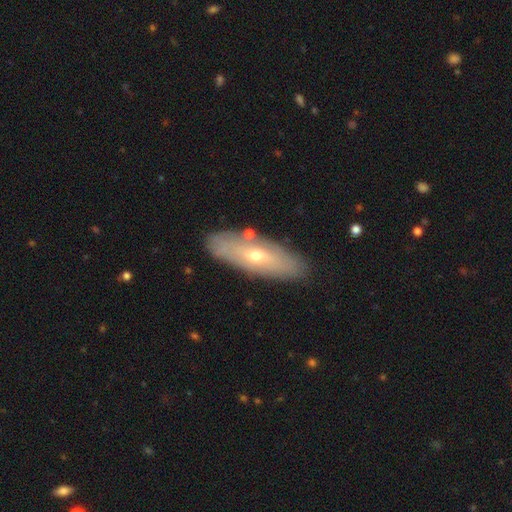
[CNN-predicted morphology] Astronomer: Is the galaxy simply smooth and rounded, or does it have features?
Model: featured or disk — 54% (runner-up: smooth, 39%).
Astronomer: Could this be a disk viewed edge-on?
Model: no — 63%.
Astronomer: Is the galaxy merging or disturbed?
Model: none — 84%.